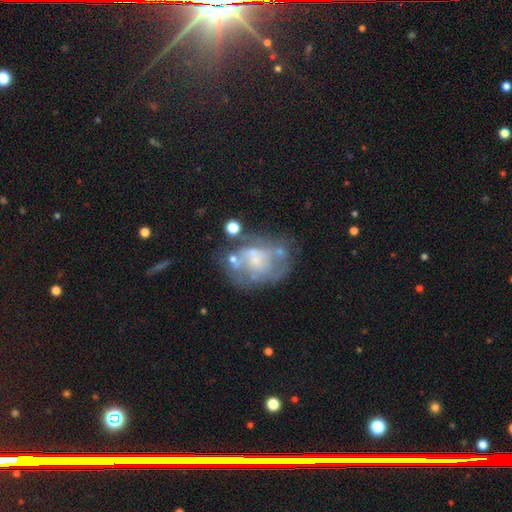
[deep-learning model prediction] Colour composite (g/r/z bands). It shows a featured or disk galaxy (56%) with no bar (77%), no spiral arms (64%) and a small central bulge (37%). Merging: none (45%).